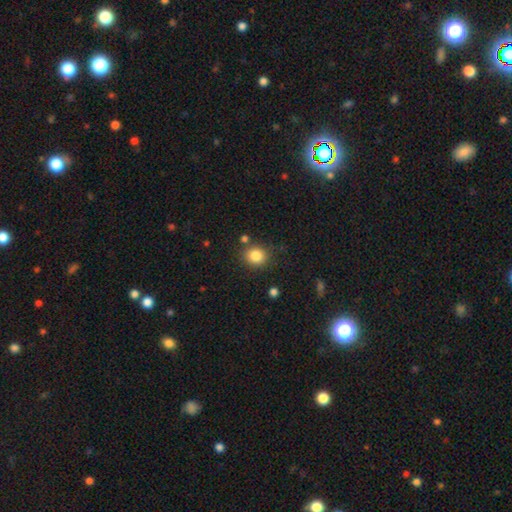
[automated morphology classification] type=smooth (84%); roundness=round (79%); merging=none (80%).